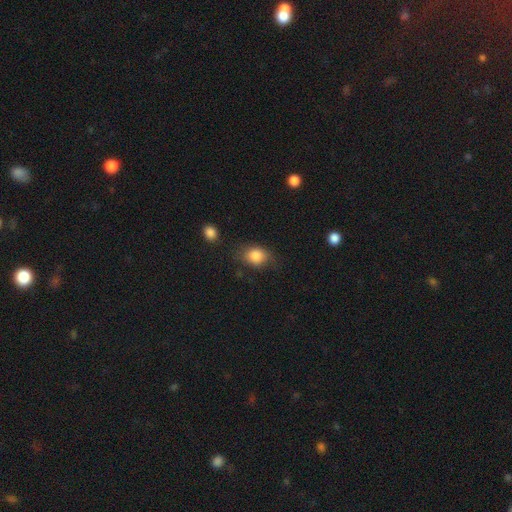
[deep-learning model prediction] This is clearly a smooth galaxy (84%). How rounded: possibly in between (57%). Merging: likely none (69%).